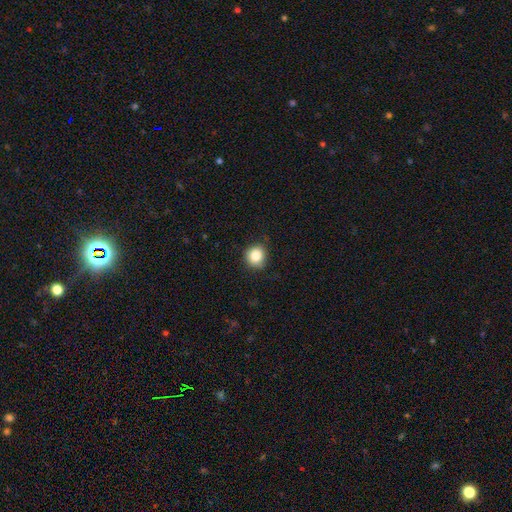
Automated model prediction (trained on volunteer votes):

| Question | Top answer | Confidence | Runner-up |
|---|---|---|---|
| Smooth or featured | smooth | 85% | star or artifact (10%) |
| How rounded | round | 89% | in between (10%) |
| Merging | none | 85% | minor disturbance (12%) |